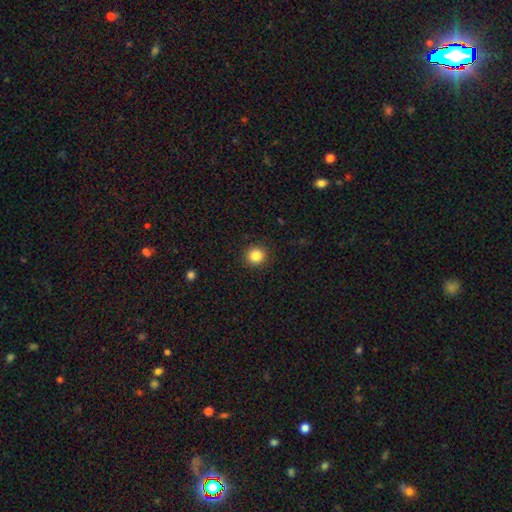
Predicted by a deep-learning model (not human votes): smooth-or-featured: smooth: 84% | star or artifact: 11% | featured or disk: 5%
  how-rounded: round: 92% | in between: 7% | cigar-shaped: 1%
  merging: none: 92% | minor disturbance: 5% | major disturbance: 2% | merger: 1%